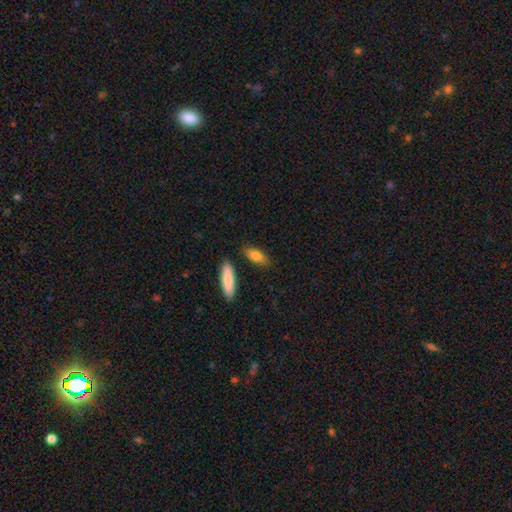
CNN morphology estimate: smooth 82%, featured or disk 12%, star or artifact 6%. Down the decision tree: how rounded — in between (66%); merging — none (80%).